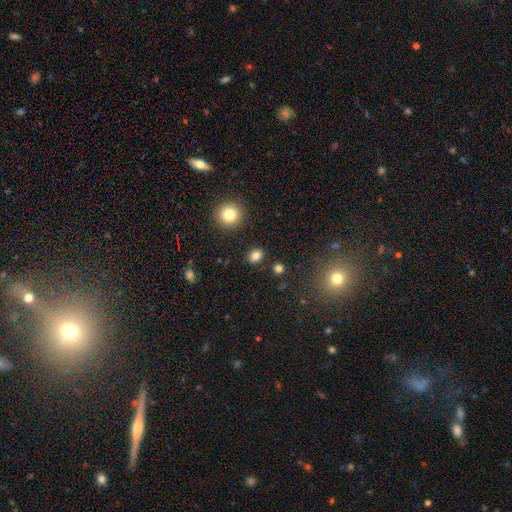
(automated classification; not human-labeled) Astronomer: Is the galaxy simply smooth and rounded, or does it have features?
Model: smooth — 82%.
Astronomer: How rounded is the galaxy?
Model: in between — 61% (runner-up: round, 38%).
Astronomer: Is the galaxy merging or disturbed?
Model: none — 88%.